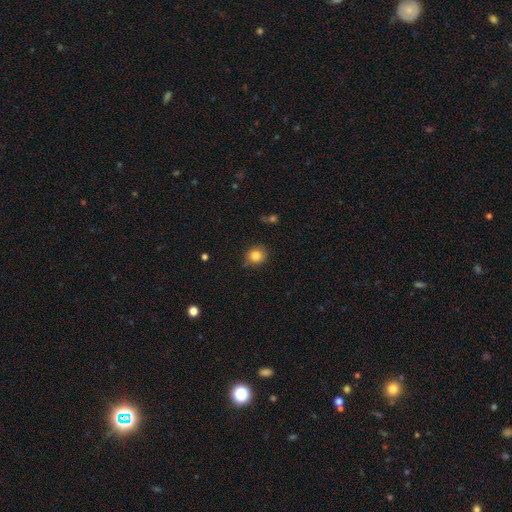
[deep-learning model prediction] This appears to be a smooth galaxy with no disk features (83%) that is round (84%). Merging: none (79%).